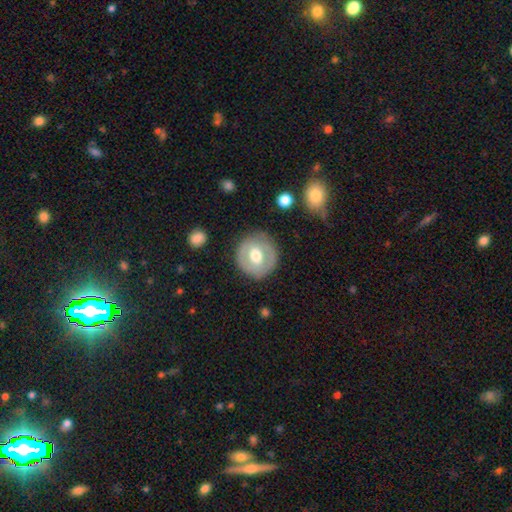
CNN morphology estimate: Smooth or featured?
  - smooth: 52% *
  - featured or disk: 42%
  - star or artifact: 6%
How rounded?
  - round: 88% *
  - in between: 11%
  - cigar-shaped: 1%
Merging?
  - none: 82% *
  - minor disturbance: 12%
  - major disturbance: 4%
  - merger: 2%